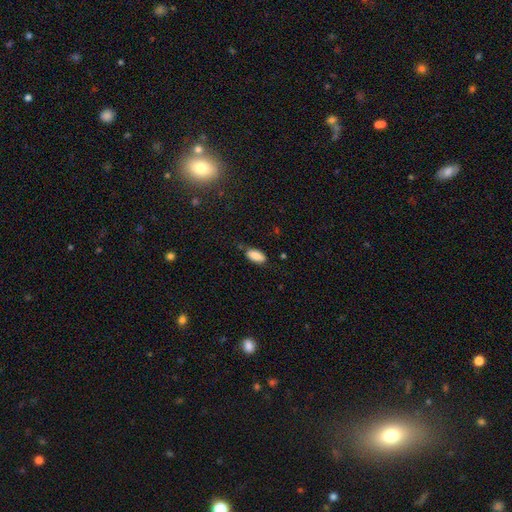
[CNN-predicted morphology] The model was most divided on "merging": none: 80%, minor disturbance: 15%, major disturbance: 3%, merger: 2%. More confident: how rounded — in between (90%); smooth or featured — smooth (87%).